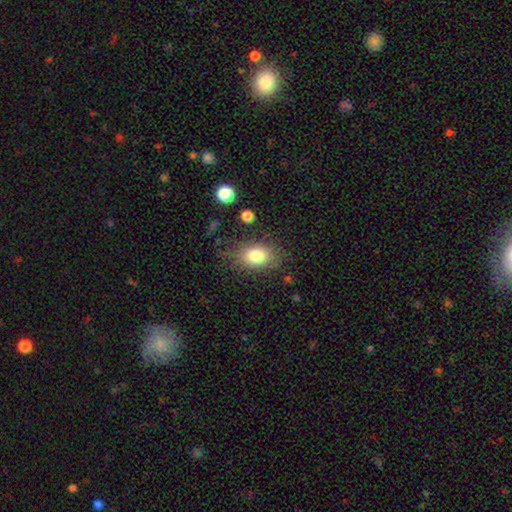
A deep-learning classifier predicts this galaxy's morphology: This appears to be a smooth galaxy with no disk features (79%) that is in between round and cigar-shaped (78%). Merging: none (70%).